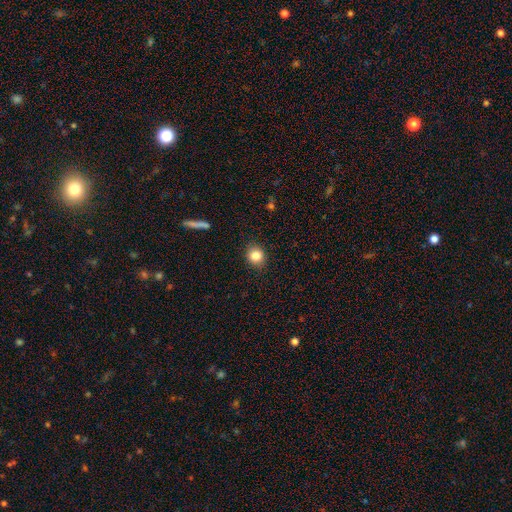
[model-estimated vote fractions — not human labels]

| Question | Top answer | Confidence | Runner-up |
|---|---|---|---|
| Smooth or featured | smooth | 85% | star or artifact (10%) |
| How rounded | round | 84% | in between (15%) |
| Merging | none | 89% | minor disturbance (7%) |